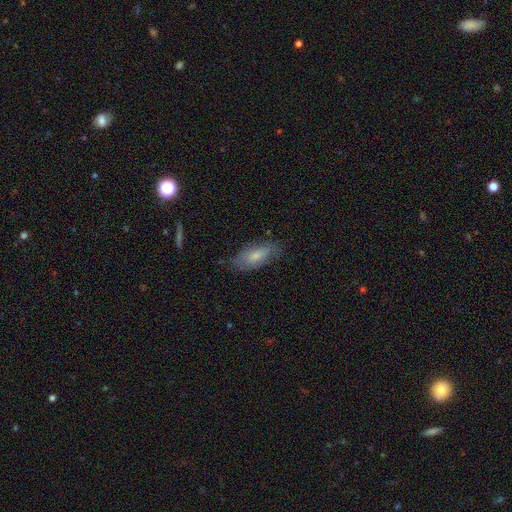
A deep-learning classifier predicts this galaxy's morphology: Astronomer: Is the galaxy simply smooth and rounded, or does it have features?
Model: smooth — 72%.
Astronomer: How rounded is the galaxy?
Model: in between — 79%.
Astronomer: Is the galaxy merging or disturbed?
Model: none — 73%.